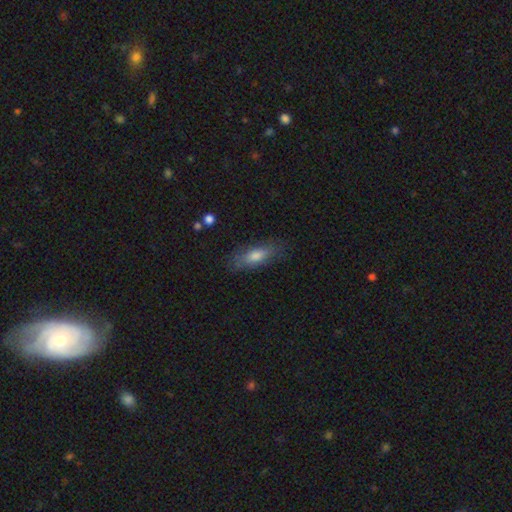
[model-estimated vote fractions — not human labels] smooth_or_featured: smooth (p=0.72) [alt: featured or disk p=0.21]
how_rounded: in between (p=0.61) [alt: cigar-shaped p=0.36]
merging: none (p=0.79) [alt: minor disturbance p=0.15]